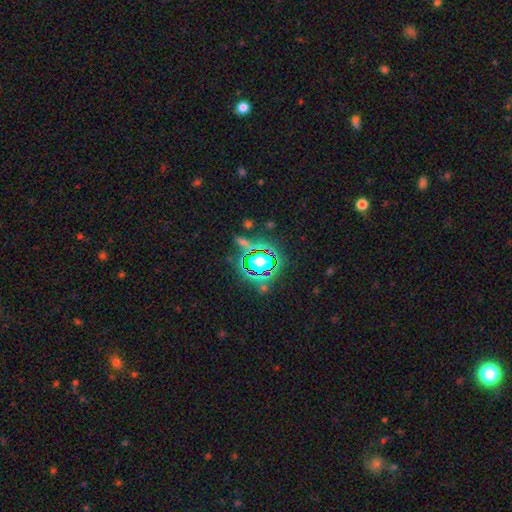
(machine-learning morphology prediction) This appears to be a star or artifact, not a galaxy (81%).